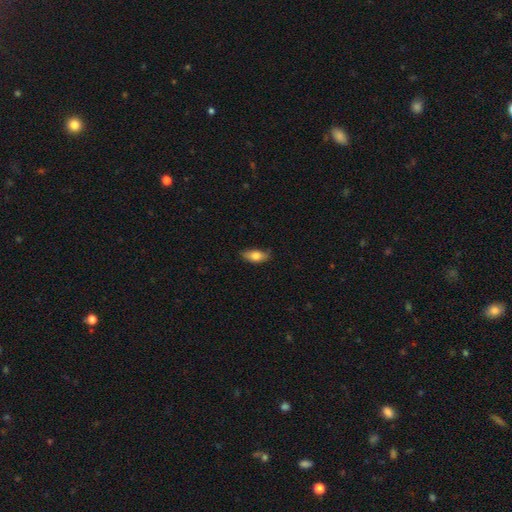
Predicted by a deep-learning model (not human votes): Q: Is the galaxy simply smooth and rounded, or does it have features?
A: smooth — 79%.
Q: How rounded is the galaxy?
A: in between — 85%.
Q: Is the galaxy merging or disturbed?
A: none — 80%.